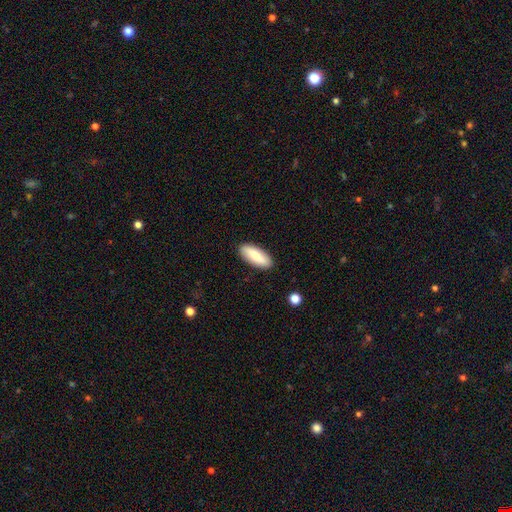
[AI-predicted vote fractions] Smooth or featured: smooth — 77% (featured or disk — 18%)
How rounded: in between — 75% (cigar-shaped — 23%)
Merging: none — 89% (minor disturbance — 8%)